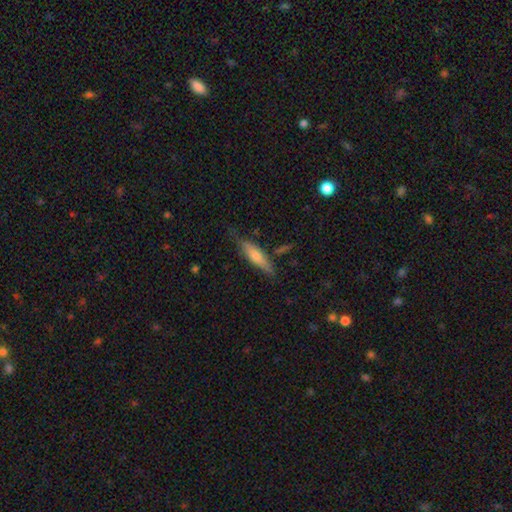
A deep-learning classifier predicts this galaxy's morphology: Overall: smooth (56%; featured or disk 38%). How rounded: cigar-shaped (75%). Merging: none (71%).